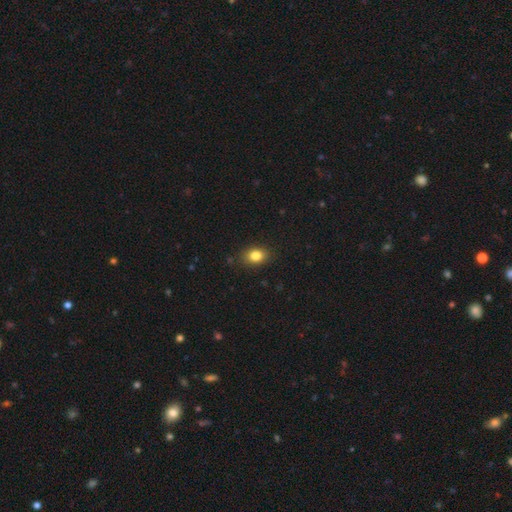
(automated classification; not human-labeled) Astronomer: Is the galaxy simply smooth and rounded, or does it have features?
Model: smooth — 83%.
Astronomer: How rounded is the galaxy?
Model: in between — 69%.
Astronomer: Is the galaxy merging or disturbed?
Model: none — 86%.